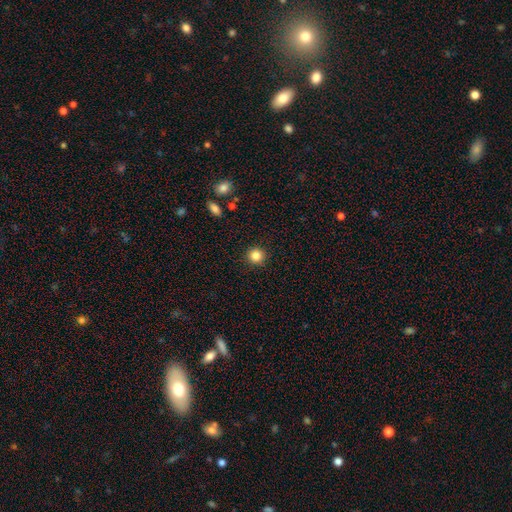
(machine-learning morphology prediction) The model was most divided on "smooth or featured": smooth: 84%, star or artifact: 11%, featured or disk: 5%. More confident: how rounded — round (94%); merging — none (92%).